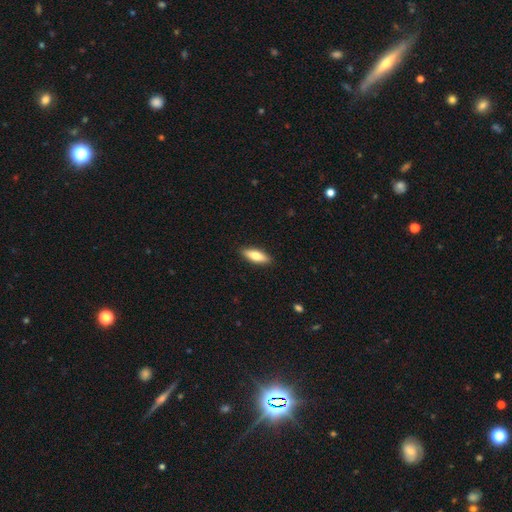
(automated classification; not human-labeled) Smooth or featured? Predicted: smooth (p=0.74). How rounded? Predicted: in between (p=0.58). Merging? Predicted: none (p=0.89).